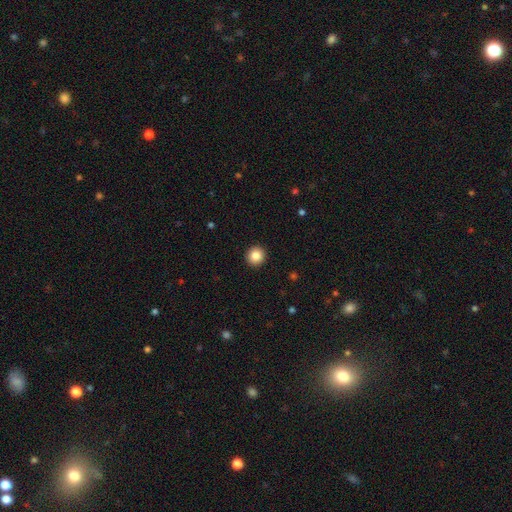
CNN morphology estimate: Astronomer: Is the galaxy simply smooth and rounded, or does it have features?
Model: smooth — 85%.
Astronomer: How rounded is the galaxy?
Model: round — 93%.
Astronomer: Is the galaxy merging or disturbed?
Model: none — 93%.